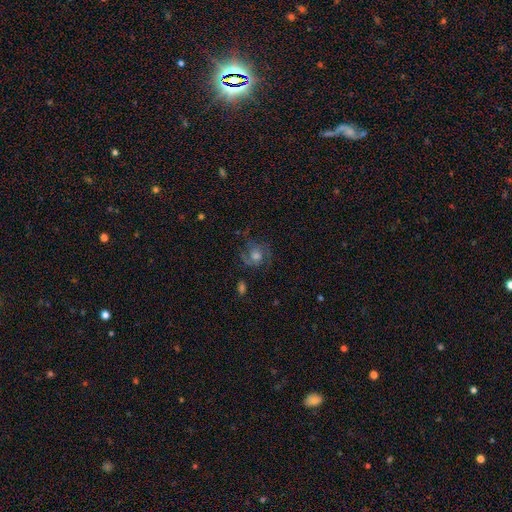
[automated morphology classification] smooth_or_featured: featured or disk (p=0.66) [alt: smooth p=0.20]
disk_edge_on: no (p=0.97) [alt: yes p=0.03]
bar: no (p=0.72) [alt: weak p=0.24]
has_spiral_arms: yes (p=0.89) [alt: no p=0.11]
spiral_winding: medium (p=0.46) [alt: tight p=0.40]
spiral_arm_count: 2 (p=0.54) [alt: can't tell p=0.20]
bulge_size: moderate (p=0.57) [alt: small p=0.20]
merging: none (p=0.71) [alt: minor disturbance p=0.16]